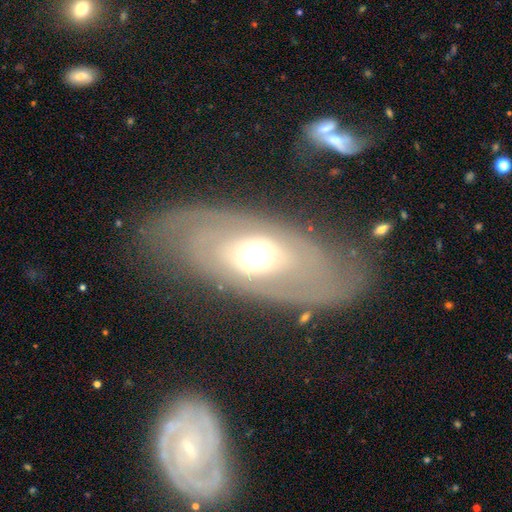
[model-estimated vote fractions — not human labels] Q: Smooth or featured?
A: featured or disk (69%); runner-up: smooth (25%)
Q: Edge-on disk?
A: no (87%); runner-up: yes (13%)
Q: Bar?
A: no (77%); runner-up: weak (16%)
Q: Spiral arms?
A: yes (54%); runner-up: no (46%)
Q: Bulge size?
A: moderate (62%); runner-up: large (26%)
Q: Merging?
A: none (77%); runner-up: minor disturbance (14%)